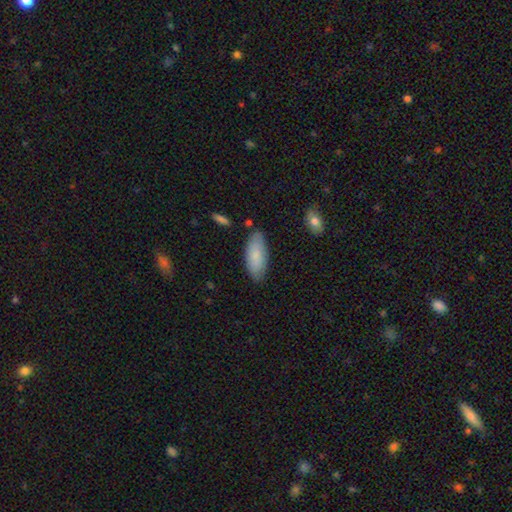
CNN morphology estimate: This is clearly a smooth galaxy (83%). How rounded: clearly in between (84%). Merging: likely none (80%).